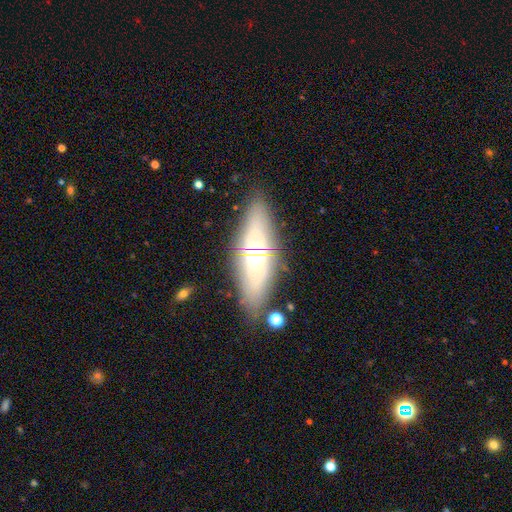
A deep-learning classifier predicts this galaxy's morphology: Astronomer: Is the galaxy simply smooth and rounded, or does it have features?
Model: featured or disk — 65%.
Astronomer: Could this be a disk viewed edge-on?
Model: no — 58% (runner-up: yes, 42%).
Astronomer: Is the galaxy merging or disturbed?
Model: none — 79%.